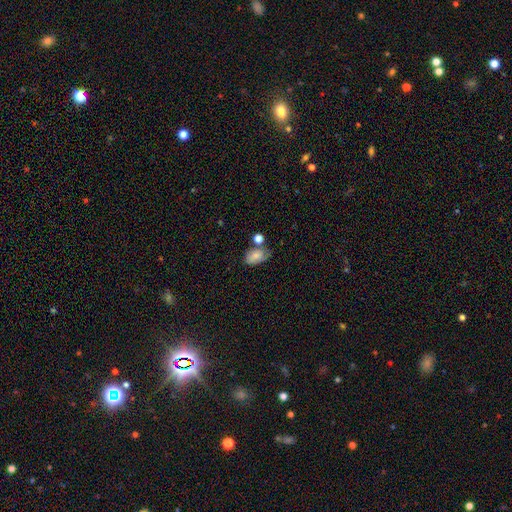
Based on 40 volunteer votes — Smooth or featured? 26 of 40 (65%) said smooth. How rounded? 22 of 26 (85%) said in between. Merging? 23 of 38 (61%) said none.